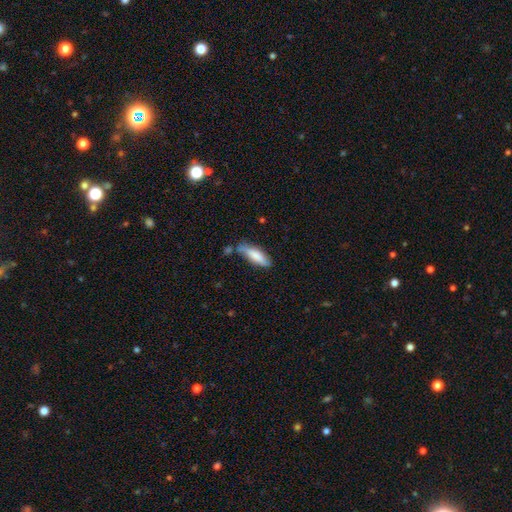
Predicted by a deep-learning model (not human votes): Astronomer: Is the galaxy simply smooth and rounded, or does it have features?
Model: smooth — 77%.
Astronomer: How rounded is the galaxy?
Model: cigar-shaped — 50% (runner-up: in between, 49%).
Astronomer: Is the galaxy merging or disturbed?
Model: none — 59%.